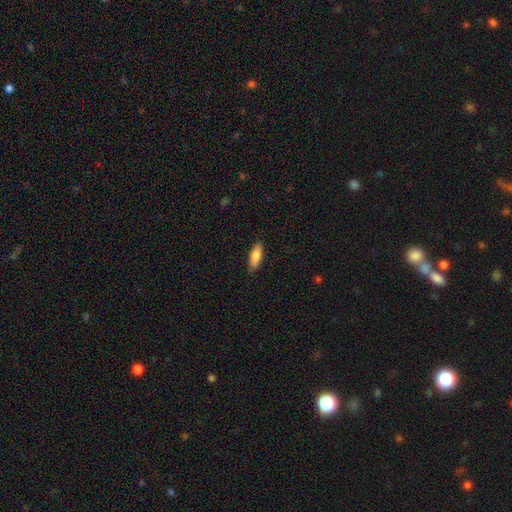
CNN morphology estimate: The model was most divided on "how rounded": in between: 58%, cigar-shaped: 39%, round: 2%. More confident: merging — none (87%); smooth or featured — smooth (76%).